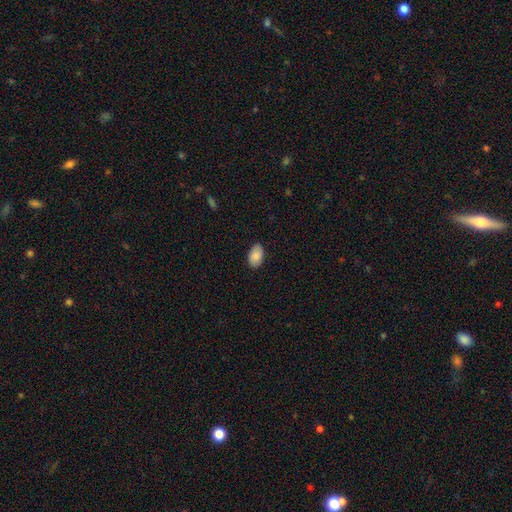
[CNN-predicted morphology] smooth 88%, star or artifact 7%, featured or disk 5%. Down the decision tree: how rounded — in between (93%); merging — none (86%).